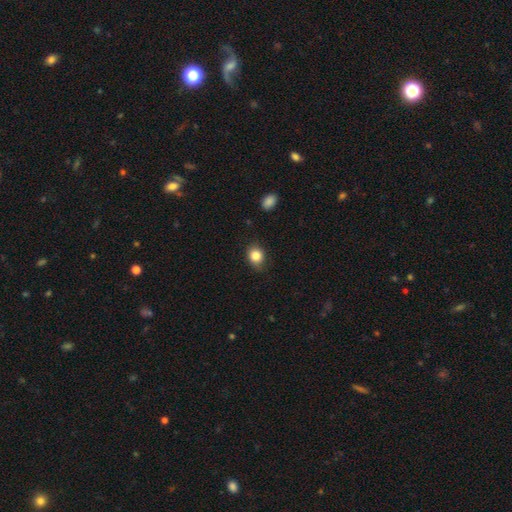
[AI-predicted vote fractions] Smooth or featured? smooth (84%)
How rounded? round (60%)
Merging? none (80%)